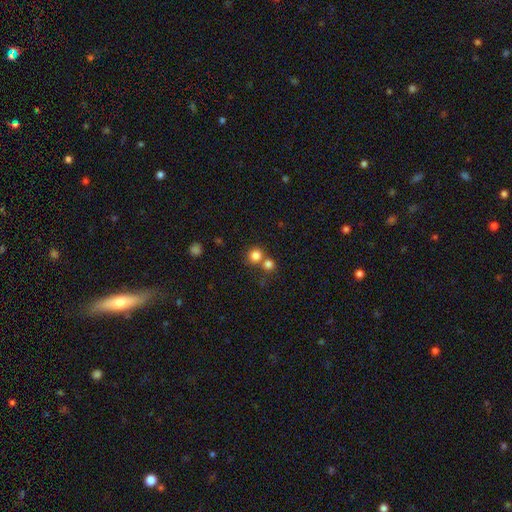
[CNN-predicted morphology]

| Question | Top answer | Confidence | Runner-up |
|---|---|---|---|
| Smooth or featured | smooth | 82% | star or artifact (12%) |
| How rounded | round | 89% | in between (10%) |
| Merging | none | 59% | merger (32%) |